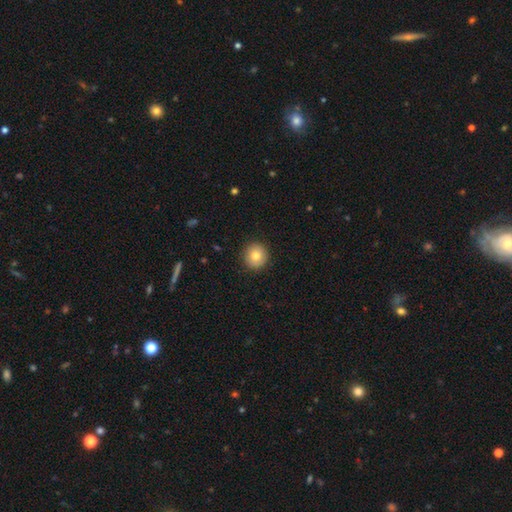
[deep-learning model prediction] smooth 79%, featured or disk 12%, star or artifact 9%. Down the decision tree: how rounded — round (92%); merging — none (90%).